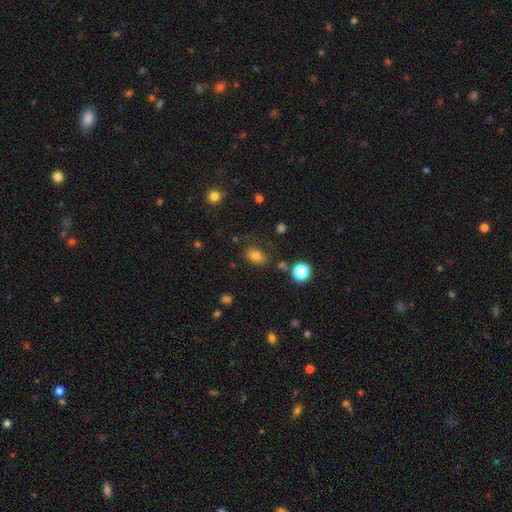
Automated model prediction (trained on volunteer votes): Q: Smooth or featured?
A: smooth (76%); runner-up: star or artifact (14%)
Q: How rounded?
A: in between (79%); runner-up: round (19%)
Q: Merging?
A: none (77%); runner-up: minor disturbance (15%)